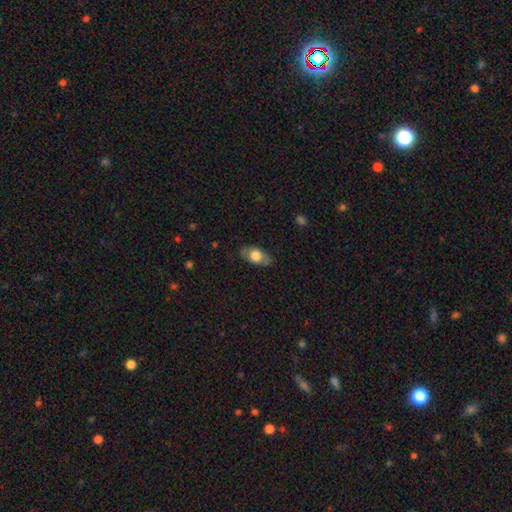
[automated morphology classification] Smooth or featured? smooth (67%)
How rounded? in between (87%)
Merging? none (79%)